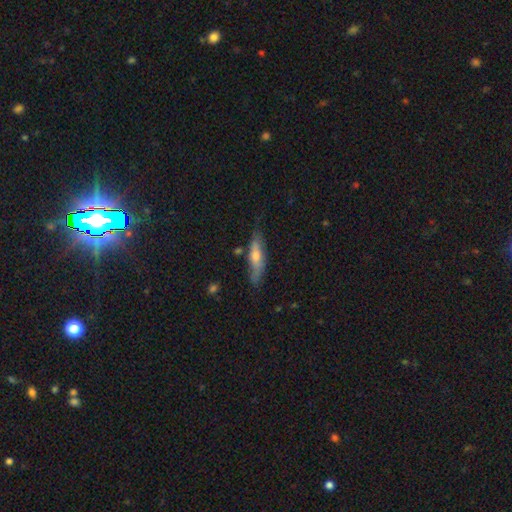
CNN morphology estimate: A smooth galaxy with no disk features (49%).

Vote fractions:
- Smooth or featured? smooth: 49% / featured or disk: 44% / star or artifact: 6%
- Merging? none: 69% / minor disturbance: 22% / major disturbance: 5% / merger: 3%